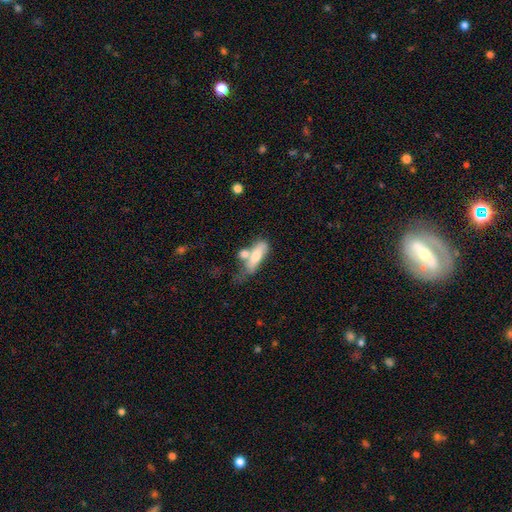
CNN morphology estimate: smooth_or_featured: smooth (p=0.63) [alt: featured or disk p=0.30]
how_rounded: in between (p=0.57) [alt: cigar-shaped p=0.41]
merging: merger (p=0.38) [alt: none p=0.26]